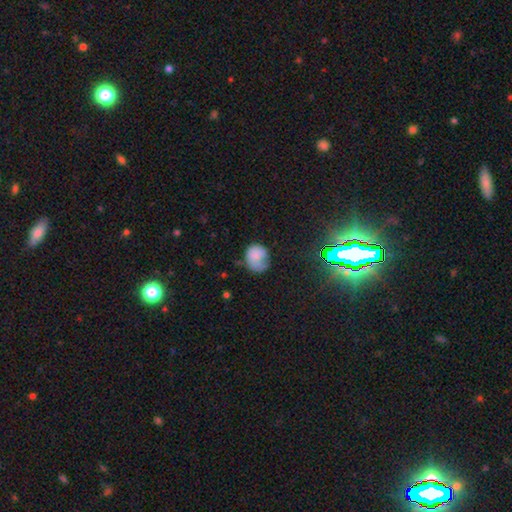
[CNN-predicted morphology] type=smooth (73%); roundness=round (67%); merging=none (43%).